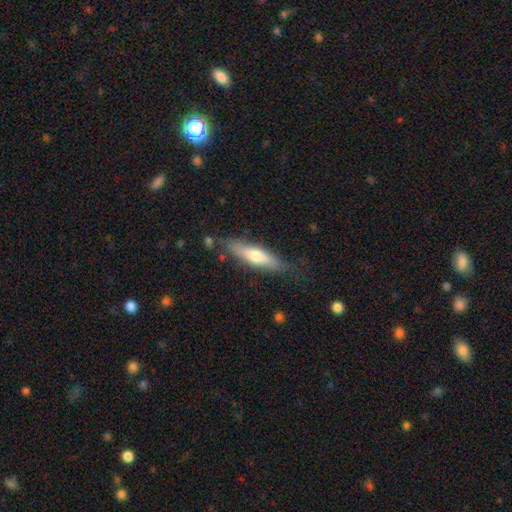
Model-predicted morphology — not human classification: A smooth galaxy with no disk features (59%) that is cigar-shaped (70%). Merging: none (77%).